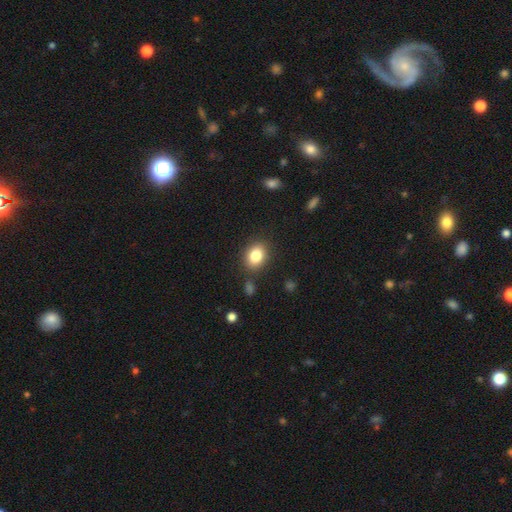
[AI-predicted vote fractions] Smooth or featured: smooth — 83% (star or artifact — 10%)
How rounded: in between — 57% (round — 42%)
Merging: none — 83% (minor disturbance — 10%)